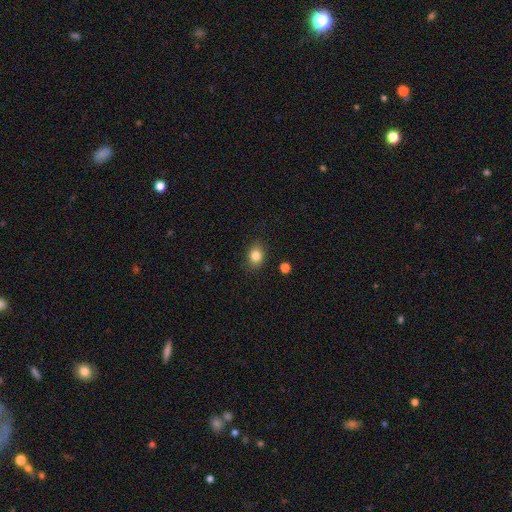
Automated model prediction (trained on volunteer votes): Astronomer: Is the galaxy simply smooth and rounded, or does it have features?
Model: smooth — 83%.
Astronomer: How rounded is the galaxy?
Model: in between — 57% (runner-up: round, 41%).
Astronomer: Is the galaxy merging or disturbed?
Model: none — 85%.